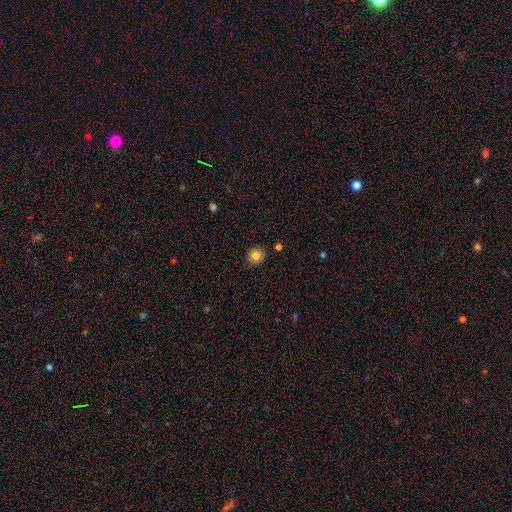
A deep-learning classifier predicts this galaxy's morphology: smooth-or-featured: smooth: 81% | star or artifact: 11% | featured or disk: 8%
  how-rounded: round: 90% | in between: 9% | cigar-shaped: 1%
  merging: none: 89% | minor disturbance: 8% | major disturbance: 2% | merger: 2%